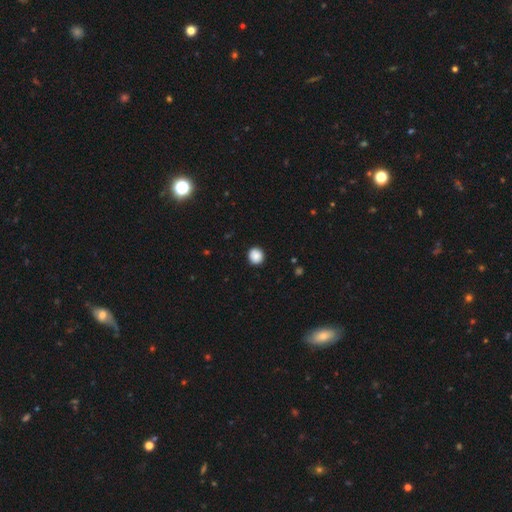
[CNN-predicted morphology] Q: Smooth or featured?
A: smooth (88%); runner-up: star or artifact (9%)
Q: How rounded?
A: round (90%); runner-up: in between (9%)
Q: Merging?
A: none (91%); runner-up: minor disturbance (6%)